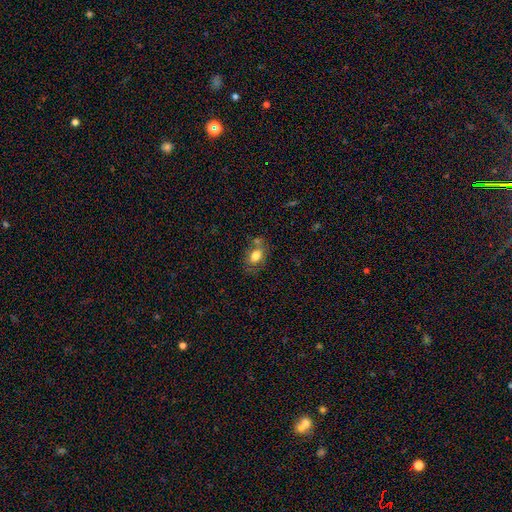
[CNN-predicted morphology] Smooth or featured: smooth — 75% (featured or disk — 16%)
How rounded: in between — 77% (round — 21%)
Merging: none — 53% (merger — 21%)